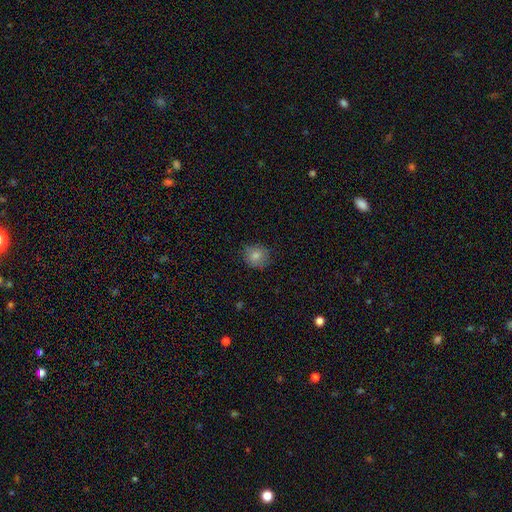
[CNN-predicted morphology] A smooth galaxy with no disk features (83%) that is round (83%).

Vote fractions:
- Smooth or featured? smooth: 83% / star or artifact: 10% / featured or disk: 7%
- How rounded? round: 83% / in between: 16% / cigar-shaped: 1%
- Merging? none: 82% / minor disturbance: 14% / major disturbance: 3% / merger: 1%